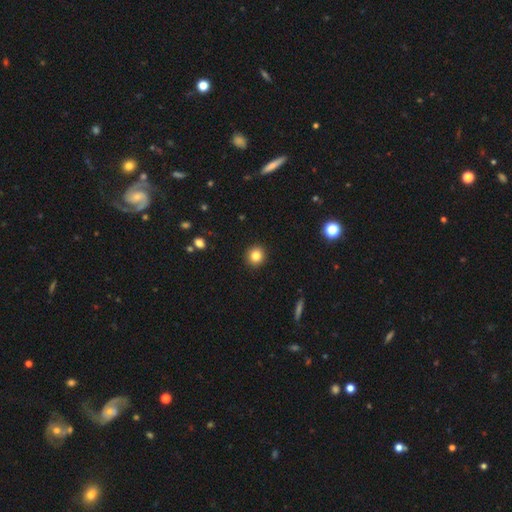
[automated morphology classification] A smooth galaxy with no disk features (84%) that is round (92%).

Vote fractions:
- Smooth or featured? smooth: 84% / star or artifact: 10% / featured or disk: 6%
- How rounded? round: 92% / in between: 7% / cigar-shaped: 1%
- Merging? none: 93% / minor disturbance: 5% / major disturbance: 2% / merger: 1%